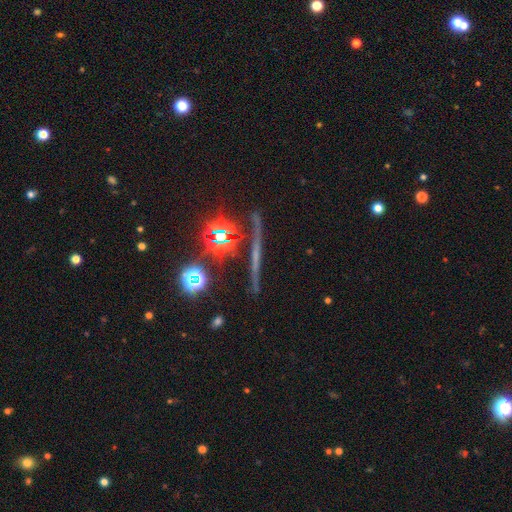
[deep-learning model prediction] featured or disk 42%, star or artifact 37%, smooth 21%. Down the decision tree: merging — none (85%).